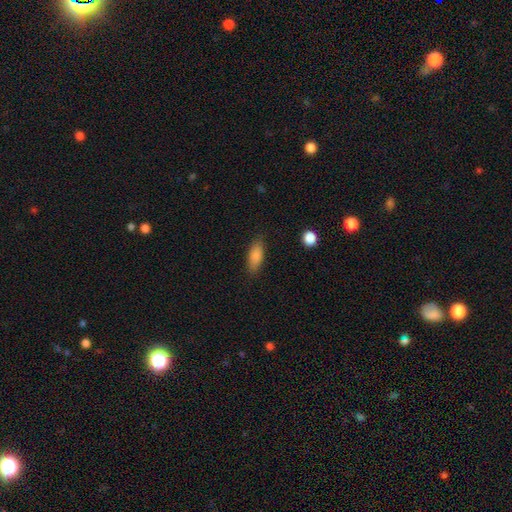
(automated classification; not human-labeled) The model was most divided on "how rounded": in between: 72%, cigar-shaped: 25%, round: 2%. More confident: smooth or featured — smooth (85%); merging — none (84%).